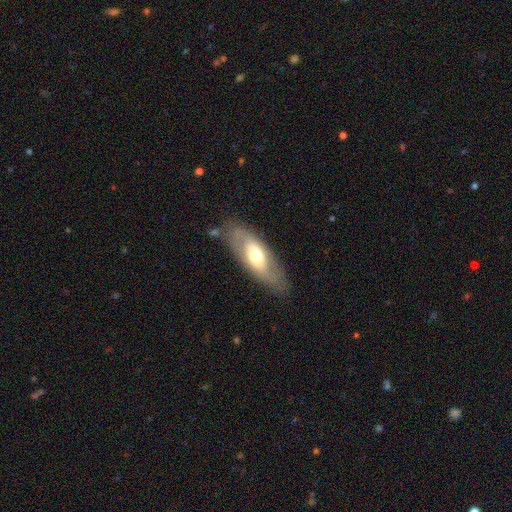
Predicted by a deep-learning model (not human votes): The model was most divided on "smooth or featured": featured or disk: 50%, smooth: 44%, star or artifact: 6%. More confident: edge-on disk — no (78%); merging — none (78%).